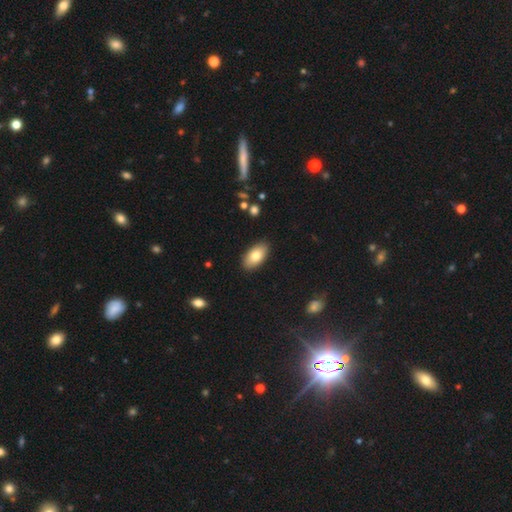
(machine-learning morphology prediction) Smooth or featured: smooth — 79% (featured or disk — 14%)
How rounded: in between — 94% (round — 3%)
Merging: none — 88% (minor disturbance — 8%)